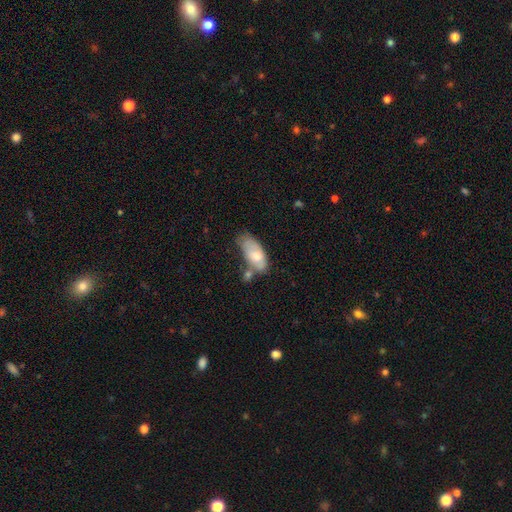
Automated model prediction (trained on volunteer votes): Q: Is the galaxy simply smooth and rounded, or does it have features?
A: smooth — 68%.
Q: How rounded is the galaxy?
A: in between — 89%.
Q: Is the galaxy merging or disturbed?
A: none — 36%.